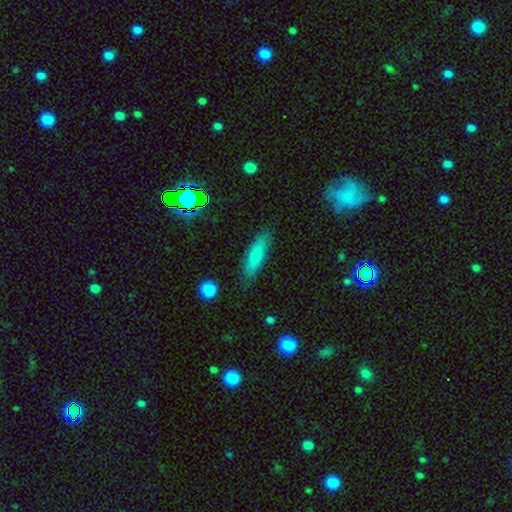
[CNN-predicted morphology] A smooth galaxy with no disk features (78%) that is cigar-shaped (65%). Merging: none (84%).